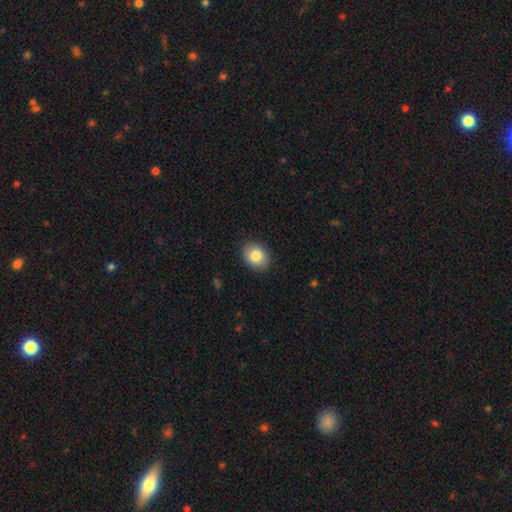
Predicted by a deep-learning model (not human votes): Overall: smooth (83%). How rounded: in between (61%; round 38%). Merging: none (88%).